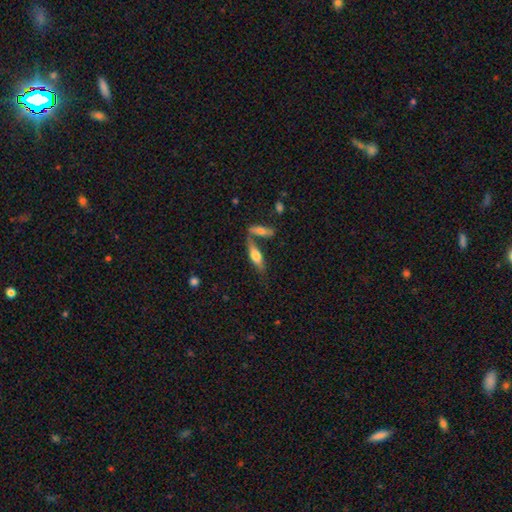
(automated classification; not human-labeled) Morphology: type=smooth (55%); roundness=cigar-shaped (56%); merging=none (50%).